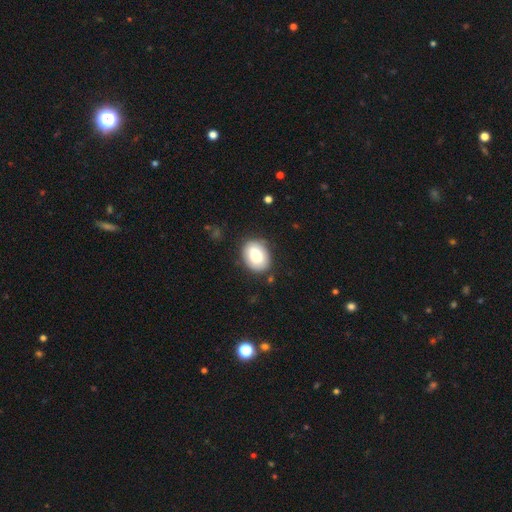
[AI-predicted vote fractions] A smooth galaxy with no disk features (80%) that is in between round and cigar-shaped (66%).

Vote fractions:
- Smooth or featured? smooth: 80% / featured or disk: 13% / star or artifact: 7%
- How rounded? in between: 66% / round: 33% / cigar-shaped: 1%
- Merging? none: 81% / minor disturbance: 13% / major disturbance: 4% / merger: 2%